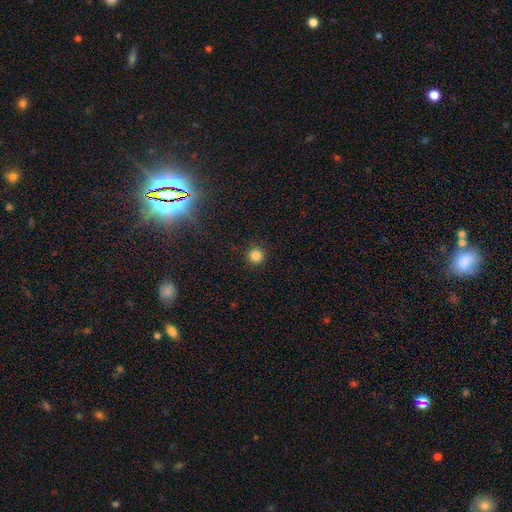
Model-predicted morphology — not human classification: Smooth or featured?
  - smooth: 83% *
  - star or artifact: 13%
  - featured or disk: 4%
How rounded?
  - round: 96% *
  - in between: 3%
  - cigar-shaped: 1%
Merging?
  - none: 91% *
  - minor disturbance: 5%
  - major disturbance: 2%
  - merger: 1%